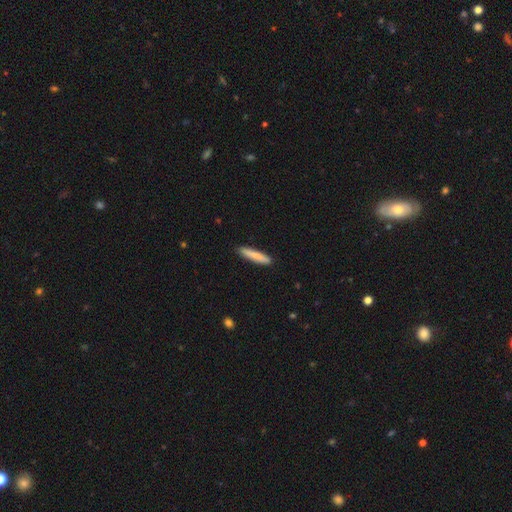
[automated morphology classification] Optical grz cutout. It shows a smooth galaxy with no disk features (82%) that is cigar-shaped (91%). Merging: none (89%).